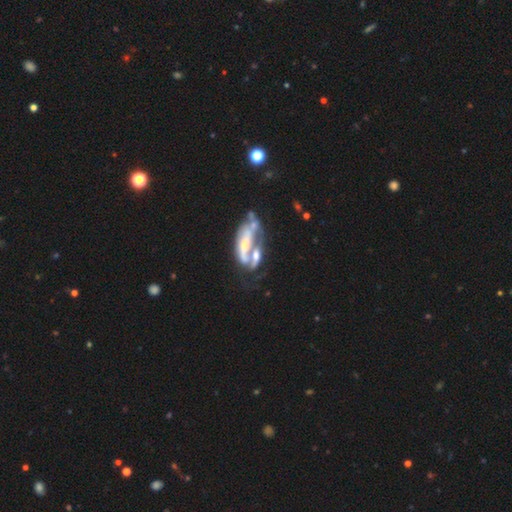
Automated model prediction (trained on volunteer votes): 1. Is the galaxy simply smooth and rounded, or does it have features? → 67% featured or disk, 25% smooth, 8% star or artifact.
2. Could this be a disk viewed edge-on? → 88% no, 12% yes.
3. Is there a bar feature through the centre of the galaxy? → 57% no, 22% weak, 21% strong.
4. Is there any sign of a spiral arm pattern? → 53% no, 47% yes.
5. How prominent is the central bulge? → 39% moderate, 29% small, 18% none, 11% large, 3% dominant.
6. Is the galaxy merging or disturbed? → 54% merger, 22% major disturbance, 14% none, 10% minor disturbance.